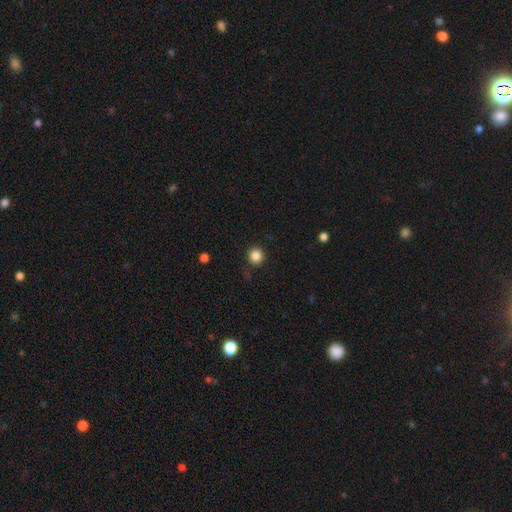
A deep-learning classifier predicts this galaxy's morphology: smooth_or_featured: smooth (p=0.85) [alt: star or artifact p=0.11]
how_rounded: round (p=0.92) [alt: in between p=0.07]
merging: none (p=0.88) [alt: minor disturbance p=0.08]